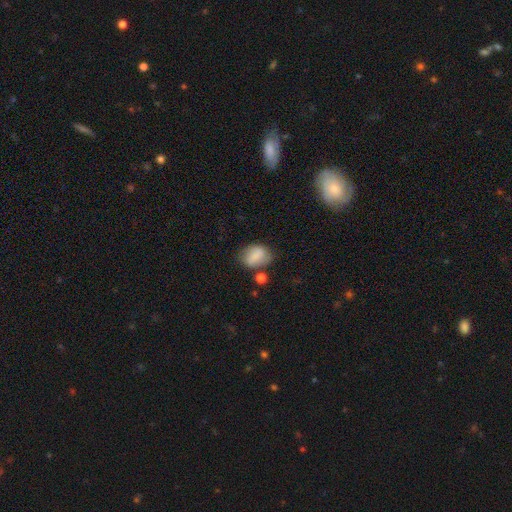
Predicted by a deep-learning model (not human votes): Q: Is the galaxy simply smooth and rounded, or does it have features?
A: smooth — 77%.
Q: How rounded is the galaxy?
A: in between — 70%.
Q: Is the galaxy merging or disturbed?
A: none — 58%.